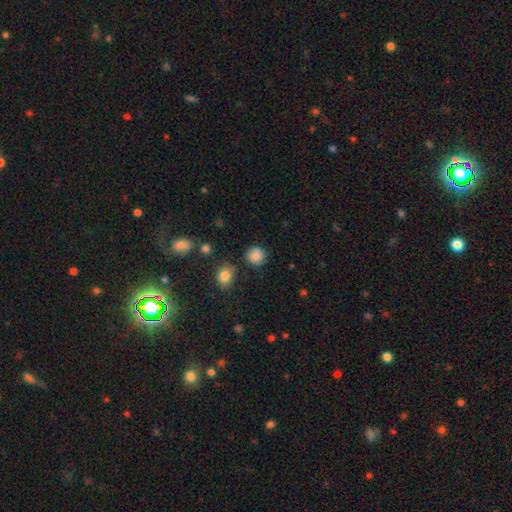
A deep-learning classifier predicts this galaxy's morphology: Smooth or featured? Predicted: smooth (p=0.83). How rounded? Predicted: round (p=0.88). Merging? Predicted: none (p=0.79).